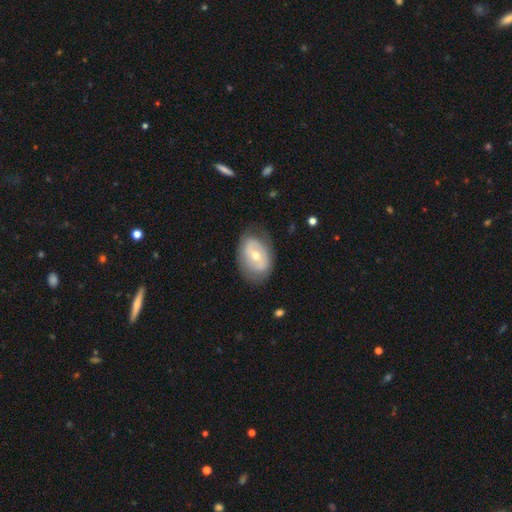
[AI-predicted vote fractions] This is possibly a featured or disk galaxy (56%). It is clearly not viewed edge-on (93%). Bar: possibly no (48%). Spiral arm pattern: likely no (60%). Central bulge: possibly moderate (59%). Merging: likely none (72%).